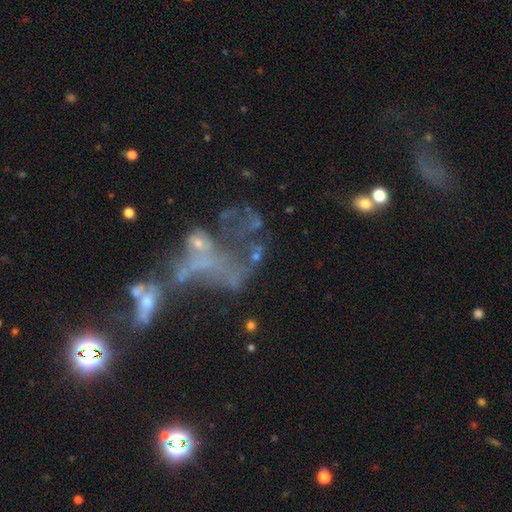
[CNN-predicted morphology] type=featured or disk (49%); merging=merger (45%).